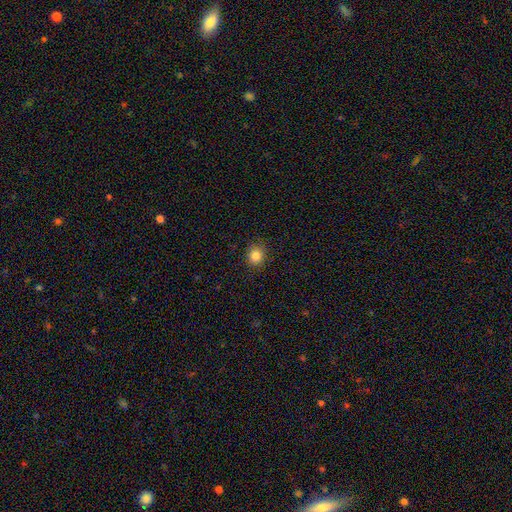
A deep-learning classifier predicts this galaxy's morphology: type=smooth (84%); roundness=round (80%); merging=none (87%).